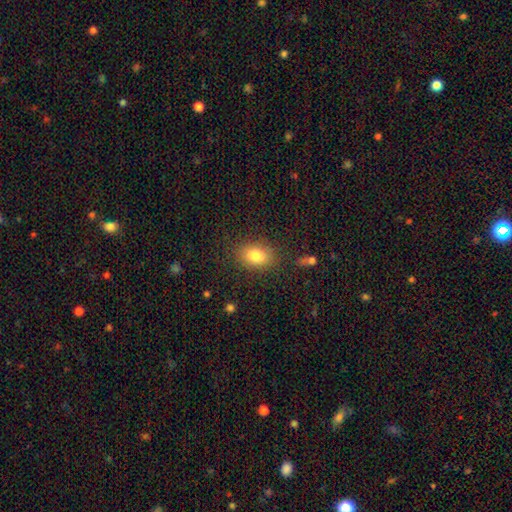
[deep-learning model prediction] Morphology: type=smooth (81%); roundness=in between (80%); merging=none (82%).